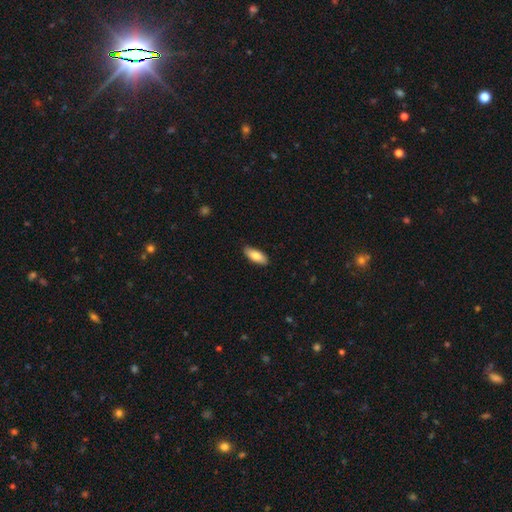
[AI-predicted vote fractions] This appears to be a smooth galaxy with no disk features (81%) that is in between round and cigar-shaped (81%). Merging: none (86%).